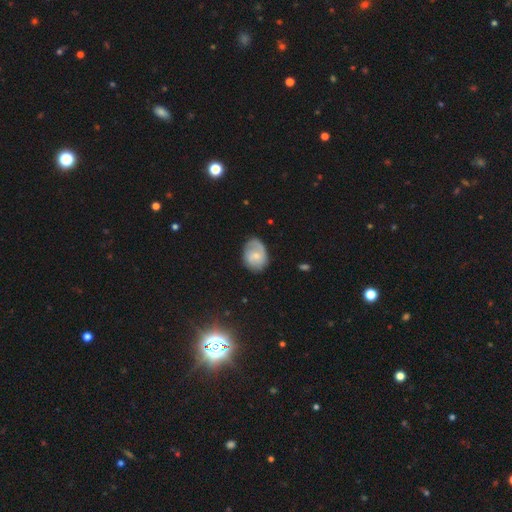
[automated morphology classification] type=featured or disk (50%); edge-on=no (96%); merging=none (65%).